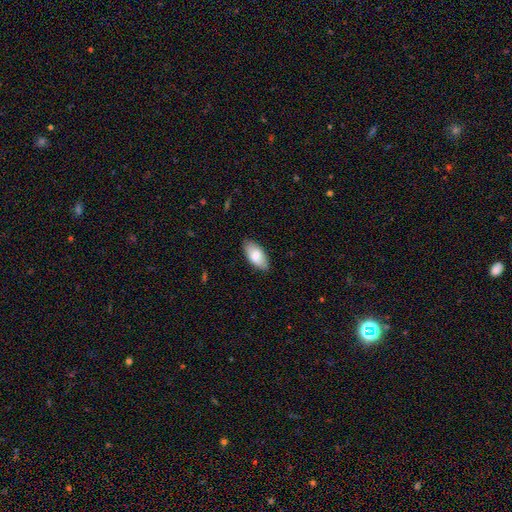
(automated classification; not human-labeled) The model was most divided on "smooth or featured": smooth: 78%, featured or disk: 16%, star or artifact: 6%. More confident: how rounded — in between (92%); merging — none (84%).